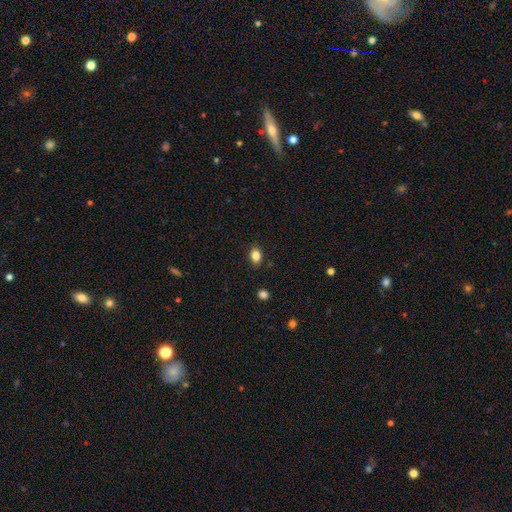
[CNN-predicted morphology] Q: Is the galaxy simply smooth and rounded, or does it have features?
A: smooth — 84%.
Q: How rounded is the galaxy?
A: in between — 68%.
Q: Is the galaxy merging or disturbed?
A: none — 86%.